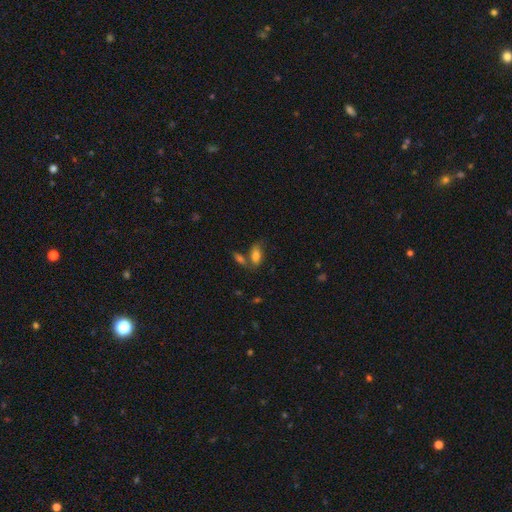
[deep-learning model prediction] smooth-or-featured: smooth: 77% | featured or disk: 13% | star or artifact: 10%
  how-rounded: in between: 87% | cigar-shaped: 8% | round: 5%
  merging: none: 48% | merger: 30% | minor disturbance: 15% | major disturbance: 6%